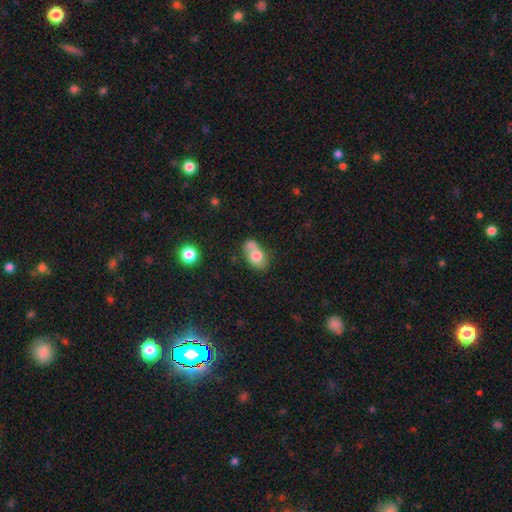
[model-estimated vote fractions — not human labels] Overall: smooth (70%). How rounded: in between (75%). Merging: merger (40%; none 32%).